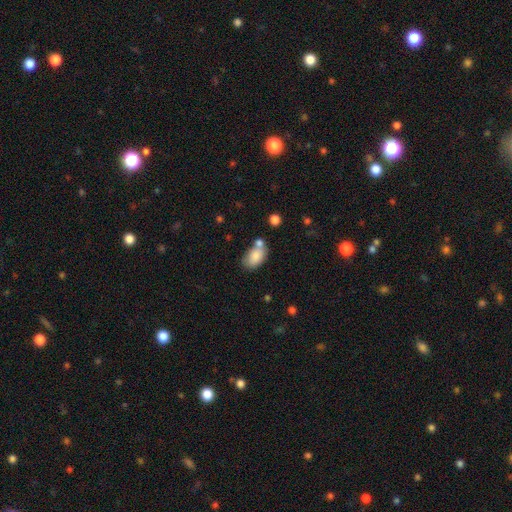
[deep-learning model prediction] Smooth or featured?
  - smooth: 82% *
  - featured or disk: 10%
  - star or artifact: 8%
How rounded?
  - in between: 90% *
  - round: 8%
  - cigar-shaped: 2%
Merging?
  - none: 48% *
  - merger: 25%
  - minor disturbance: 20%
  - major disturbance: 6%